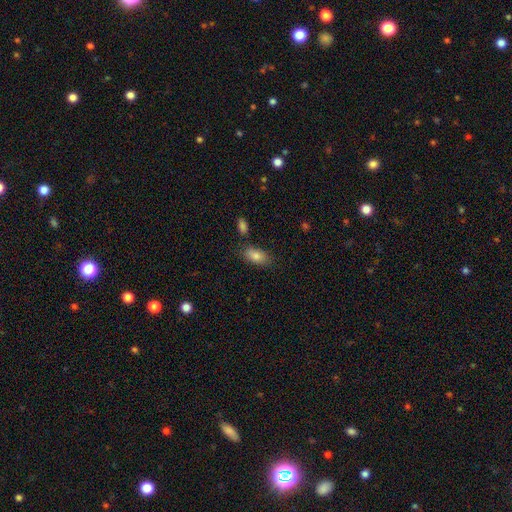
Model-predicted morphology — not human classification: Overall: smooth (84%). How rounded: in between (90%). Merging: none (75%).